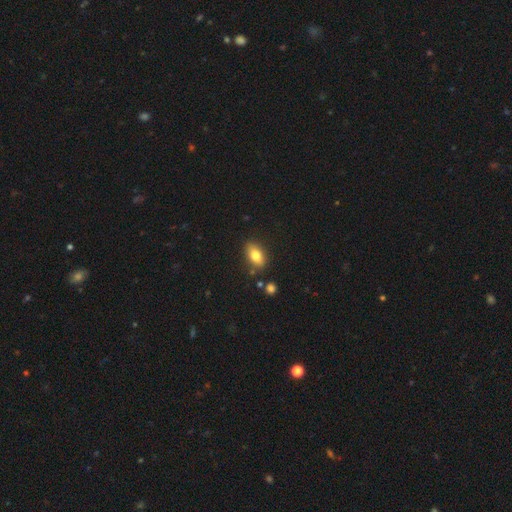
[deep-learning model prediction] A smooth galaxy with no disk features (79%) that is in between round and cigar-shaped (88%).

Vote fractions:
- Smooth or featured? smooth: 79% / featured or disk: 13% / star or artifact: 8%
- How rounded? in between: 88% / round: 7% / cigar-shaped: 5%
- Merging? none: 83% / minor disturbance: 11% / merger: 3% / major disturbance: 2%